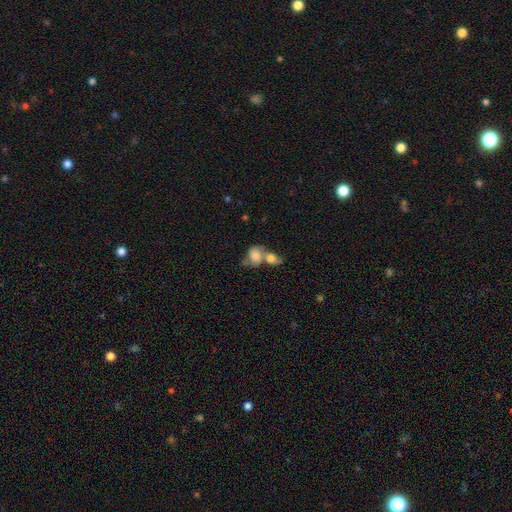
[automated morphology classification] Q: Smooth or featured?
A: smooth (67%); runner-up: featured or disk (25%)
Q: How rounded?
A: in between (50%); runner-up: round (48%)
Q: Merging?
A: merger (72%); runner-up: none (14%)